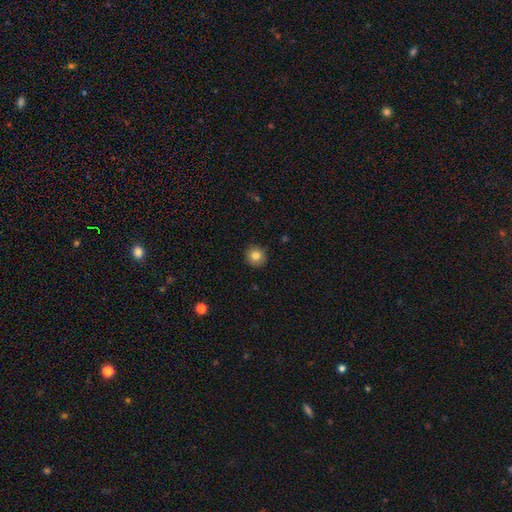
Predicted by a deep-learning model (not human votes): Smooth or featured: smooth — 82% (star or artifact — 10%)
How rounded: round — 94% (in between — 5%)
Merging: none — 91% (minor disturbance — 7%)